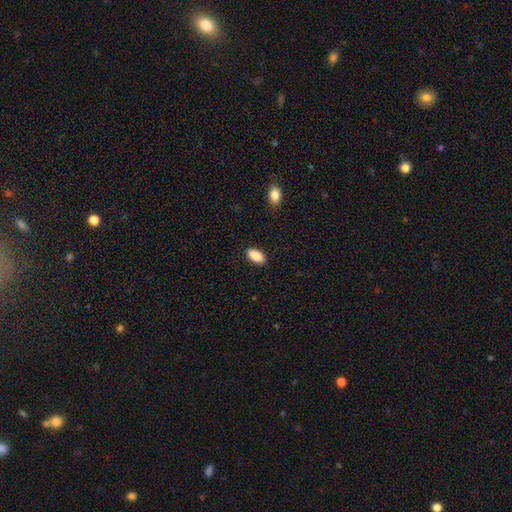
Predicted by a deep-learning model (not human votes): smooth-or-featured: smooth: 89% | star or artifact: 7% | featured or disk: 5%
  how-rounded: in between: 92% | cigar-shaped: 6% | round: 3%
  merging: none: 88% | minor disturbance: 9% | major disturbance: 2% | merger: 1%